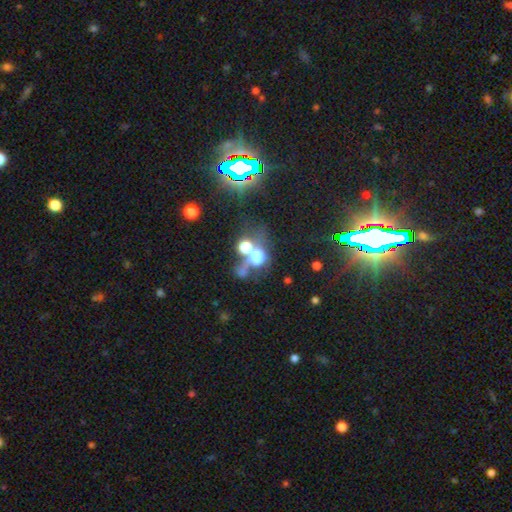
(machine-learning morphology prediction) smooth 52%, star or artifact 32%, featured or disk 16%. Down the decision tree: how rounded — round (69%); merging — none (37%, tied with merger).